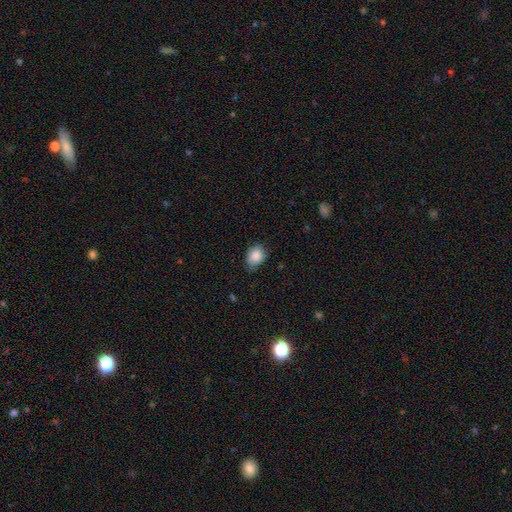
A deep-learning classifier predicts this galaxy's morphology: This is clearly a smooth galaxy (86%). How rounded: likely in between (61%). Merging: likely none (70%).